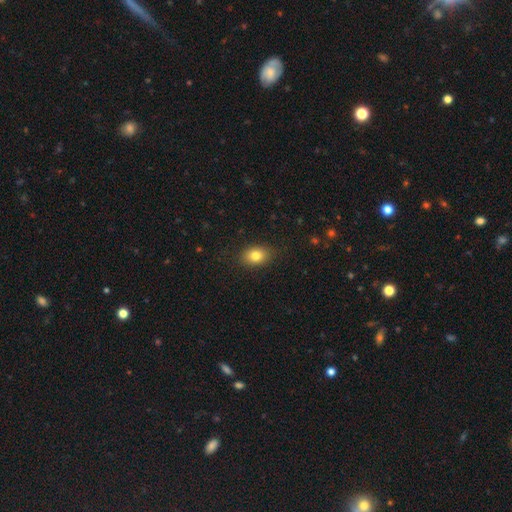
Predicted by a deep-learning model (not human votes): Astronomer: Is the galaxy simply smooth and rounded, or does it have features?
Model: smooth — 81%.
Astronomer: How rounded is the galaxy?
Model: in between — 73%.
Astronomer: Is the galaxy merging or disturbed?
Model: none — 87%.